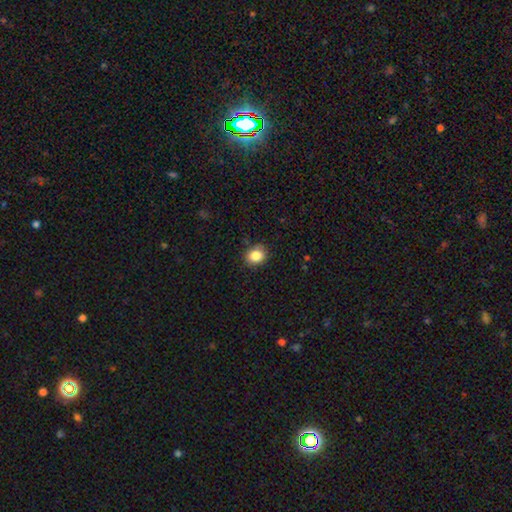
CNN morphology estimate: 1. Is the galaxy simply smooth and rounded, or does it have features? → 84% smooth, 10% star or artifact, 6% featured or disk.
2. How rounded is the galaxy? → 68% round, 31% in between, 1% cigar-shaped.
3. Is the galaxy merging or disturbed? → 85% none, 11% minor disturbance, 2% major disturbance, 1% merger.